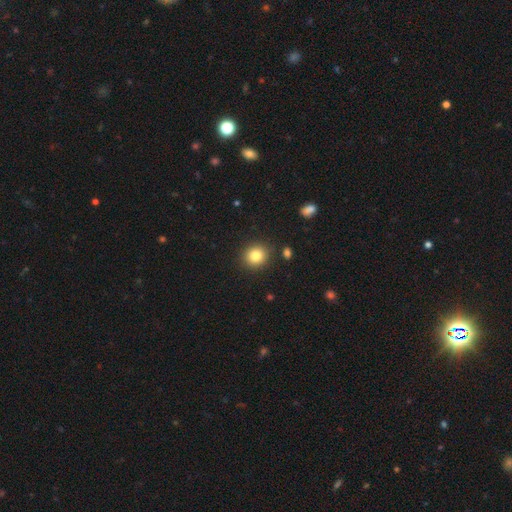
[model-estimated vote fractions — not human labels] This is clearly a smooth galaxy (83%). How rounded: clearly round (84%). Merging: clearly none (89%).